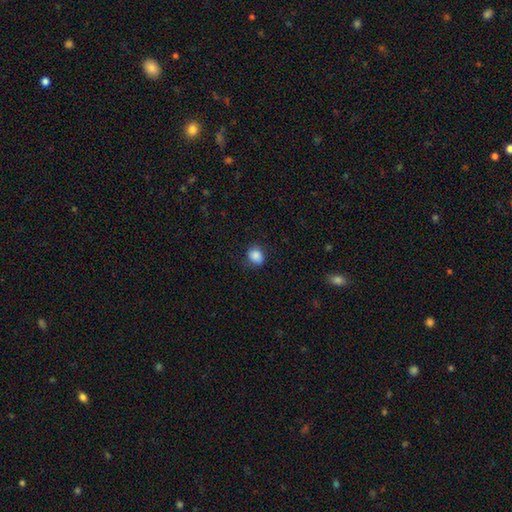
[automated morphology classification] Smooth or featured? smooth (86%)
How rounded? round (60%)
Merging? none (76%)